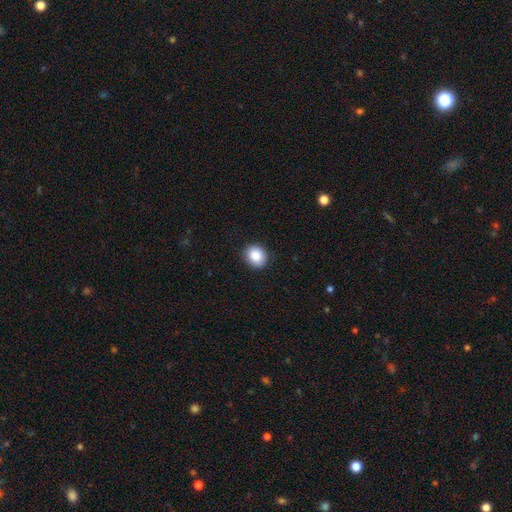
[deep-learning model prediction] smooth_or_featured: smooth (p=0.88) [alt: star or artifact p=0.08]
how_rounded: round (p=0.67) [alt: in between p=0.32]
merging: none (p=0.89) [alt: minor disturbance p=0.08]